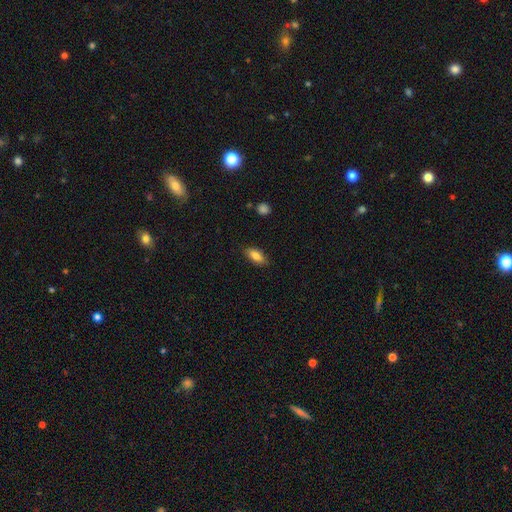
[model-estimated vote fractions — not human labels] Smooth or featured? smooth (84%)
How rounded? in between (83%)
Merging? none (86%)